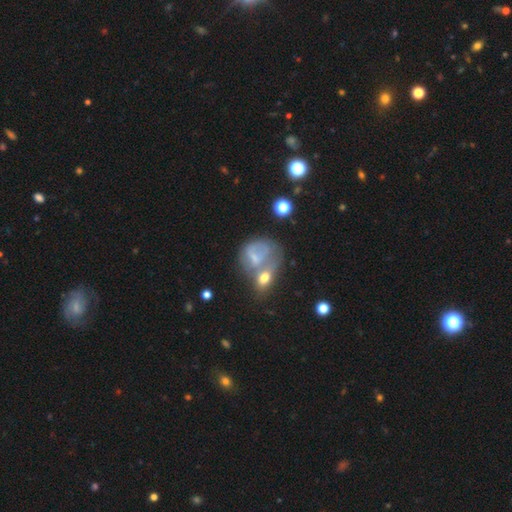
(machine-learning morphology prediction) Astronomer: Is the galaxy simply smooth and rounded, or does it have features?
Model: smooth — 48% (runner-up: featured or disk, 40%).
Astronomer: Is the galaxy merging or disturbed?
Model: merger — 39% (runner-up: none, 24%).